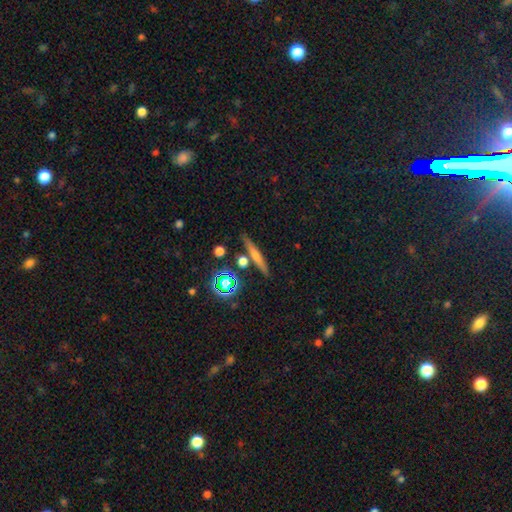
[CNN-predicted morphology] smooth-or-featured: smooth: 52% | featured or disk: 34% | star or artifact: 13%
  how-rounded: cigar-shaped: 86% | in between: 8% | round: 6%
  merging: none: 80% | minor disturbance: 9% | merger: 8% | major disturbance: 3%